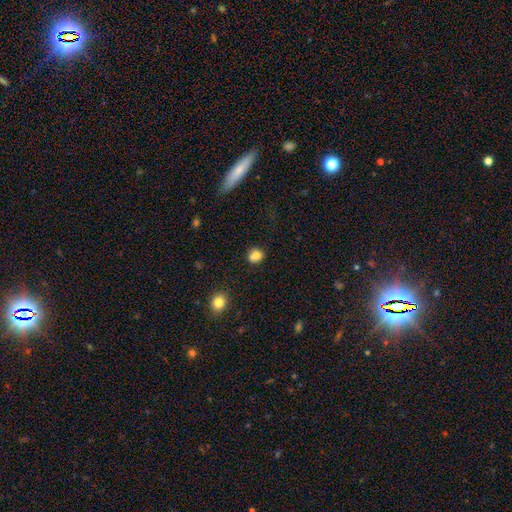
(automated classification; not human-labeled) Morphology: type=smooth (79%); roundness=round (77%); merging=none (60%).